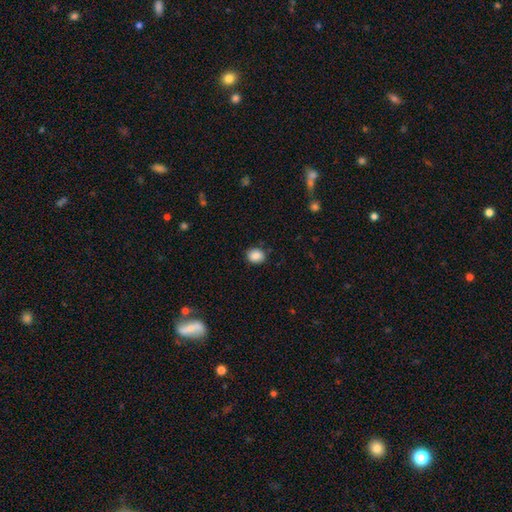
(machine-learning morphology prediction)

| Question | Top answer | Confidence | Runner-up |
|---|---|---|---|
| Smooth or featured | smooth | 87% | star or artifact (9%) |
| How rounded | round | 64% | in between (35%) |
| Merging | none | 86% | minor disturbance (10%) |